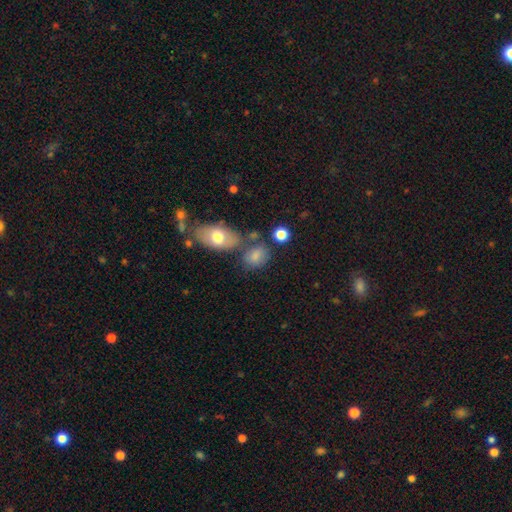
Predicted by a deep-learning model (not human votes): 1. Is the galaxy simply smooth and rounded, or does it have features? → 78% smooth, 12% featured or disk, 10% star or artifact.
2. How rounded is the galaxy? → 69% in between, 28% round, 2% cigar-shaped.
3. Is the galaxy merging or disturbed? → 55% none, 19% merger, 18% minor disturbance, 8% major disturbance.